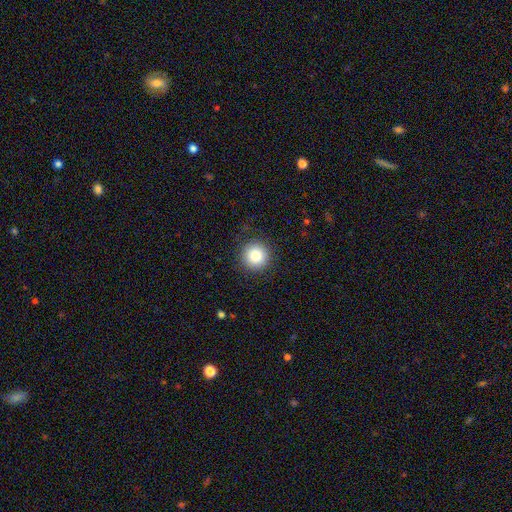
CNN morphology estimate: Smooth or featured? smooth (84%)
How rounded? round (95%)
Merging? none (90%)